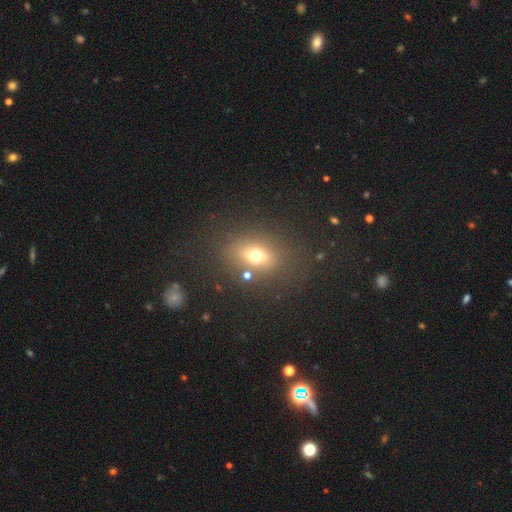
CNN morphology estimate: smooth-or-featured: smooth: 62% | featured or disk: 20% | star or artifact: 18%
  how-rounded: in between: 60% | round: 35% | cigar-shaped: 4%
  merging: none: 75% | minor disturbance: 12% | major disturbance: 7% | merger: 6%